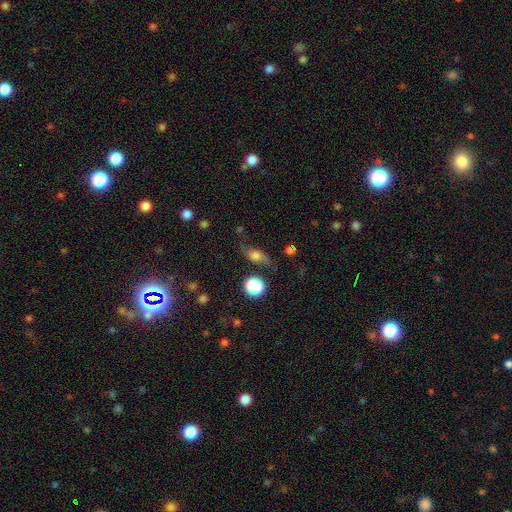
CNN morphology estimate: A smooth galaxy with no disk features (50%) that is in between round and cigar-shaped (60%).

Vote fractions:
- Smooth or featured? smooth: 50% / featured or disk: 35% / star or artifact: 15%
- How rounded? in between: 60% / round: 24% / cigar-shaped: 17%
- Merging? none: 63% / minor disturbance: 23% / major disturbance: 11% / merger: 3%